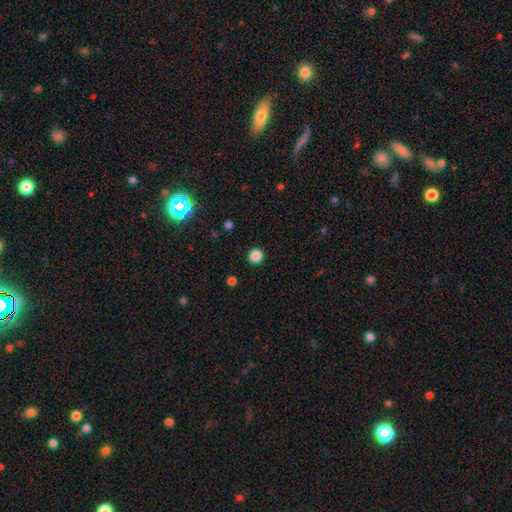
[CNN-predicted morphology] This is clearly a smooth galaxy (85%). How rounded: clearly round (92%). Merging: clearly none (92%).